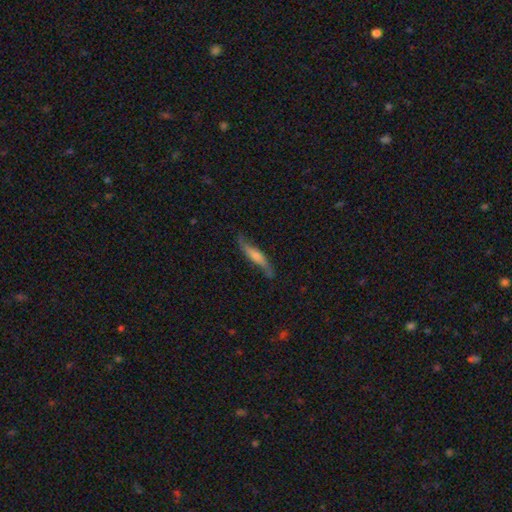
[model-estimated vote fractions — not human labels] Smooth or featured? Predicted: featured or disk (p=0.61). Edge-on disk? Predicted: yes (p=0.58). Merging? Predicted: none (p=0.72).